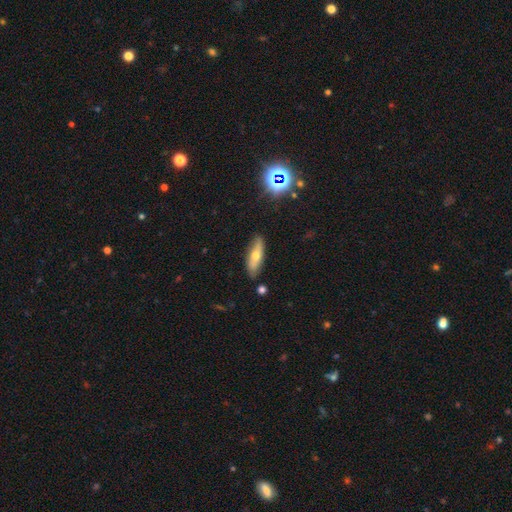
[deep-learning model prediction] smooth 58%, featured or disk 35%, star or artifact 8%. Down the decision tree: how rounded — in between (49%); merging — none (83%).